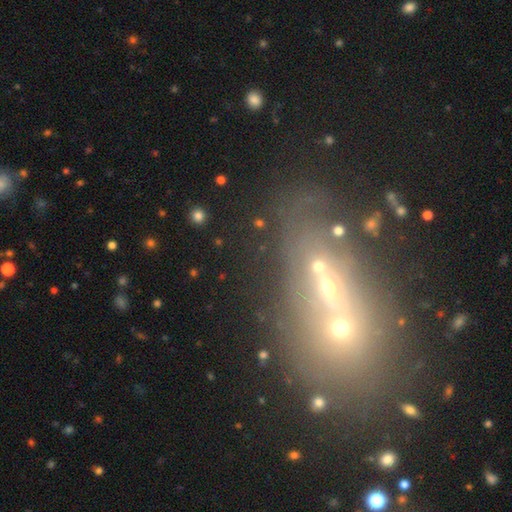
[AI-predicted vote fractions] Smooth or featured?
  - star or artifact: 40% *
  - smooth: 31%
  - featured or disk: 28%